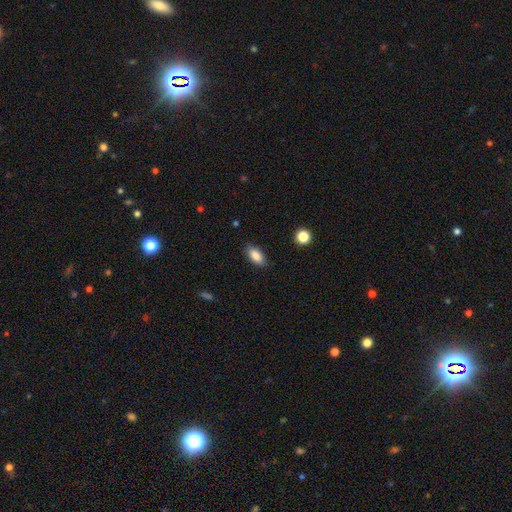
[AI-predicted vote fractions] smooth 86%, star or artifact 8%, featured or disk 6%. Down the decision tree: how rounded — in between (88%); merging — none (85%).